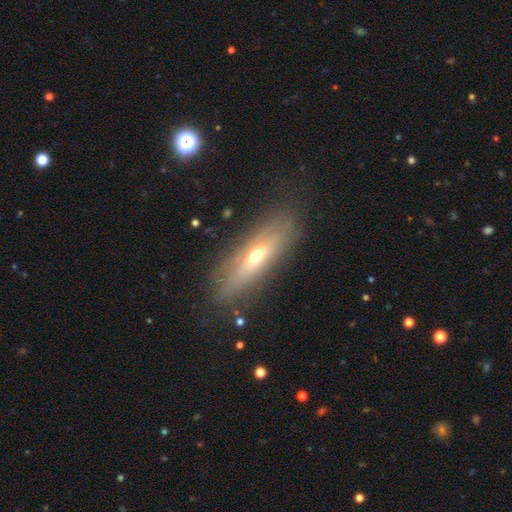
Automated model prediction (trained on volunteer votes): Morphology: type=featured or disk (49%); merging=none (78%).